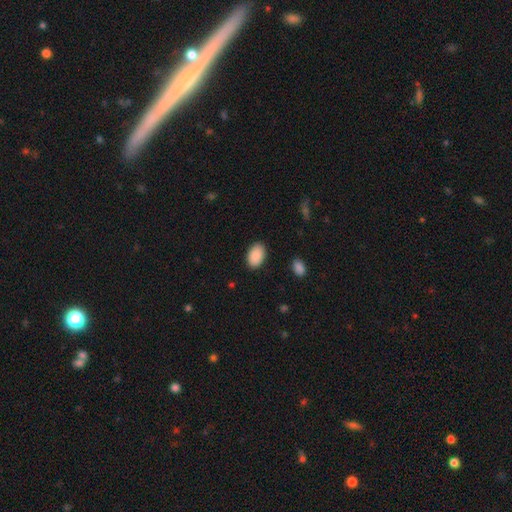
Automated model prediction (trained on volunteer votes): Overall: smooth (91%). How rounded: in between (90%). Merging: none (88%).